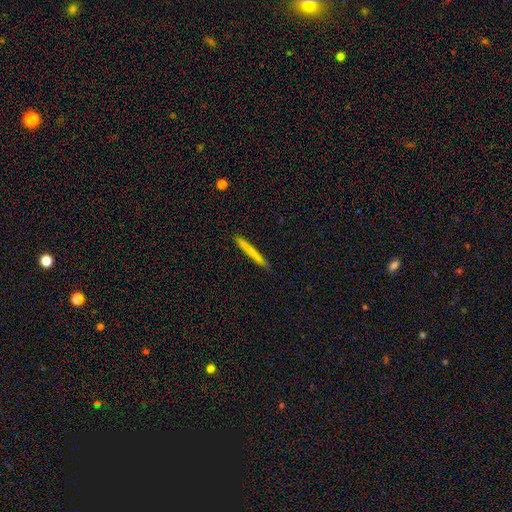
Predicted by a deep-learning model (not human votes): Morphology: type=smooth (69%); roundness=cigar-shaped (97%); merging=none (91%).